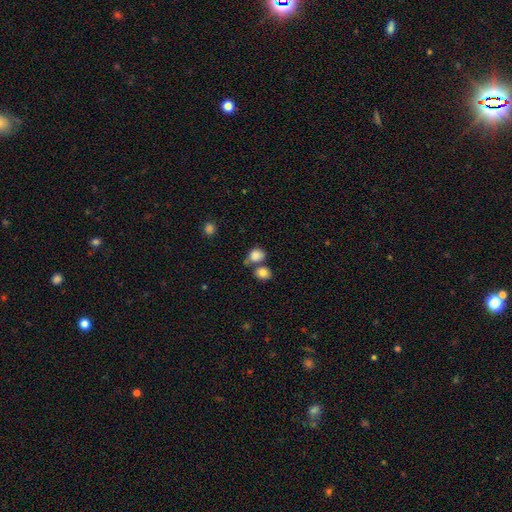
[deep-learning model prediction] Smooth or featured?
  - smooth: 85% *
  - star or artifact: 10%
  - featured or disk: 6%
How rounded?
  - round: 60% *
  - in between: 39%
  - cigar-shaped: 1%
Merging?
  - none: 47% *
  - merger: 35%
  - minor disturbance: 13%
  - major disturbance: 5%